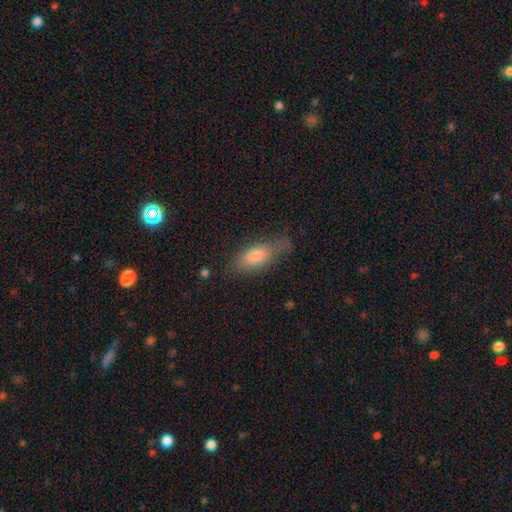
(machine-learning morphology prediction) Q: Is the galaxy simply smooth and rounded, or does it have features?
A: smooth — 72%.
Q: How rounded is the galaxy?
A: in between — 68%.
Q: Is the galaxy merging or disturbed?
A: none — 62%.